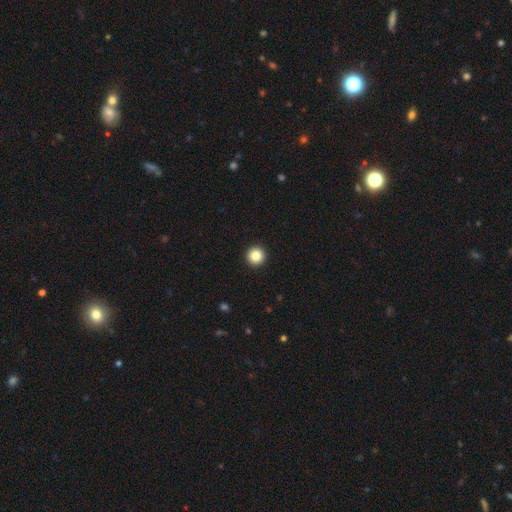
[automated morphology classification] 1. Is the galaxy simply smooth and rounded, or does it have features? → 85% smooth, 10% star or artifact, 5% featured or disk.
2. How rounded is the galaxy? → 97% round, 2% in between, 1% cigar-shaped.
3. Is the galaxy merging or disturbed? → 94% none, 4% minor disturbance, 1% major disturbance, 1% merger.